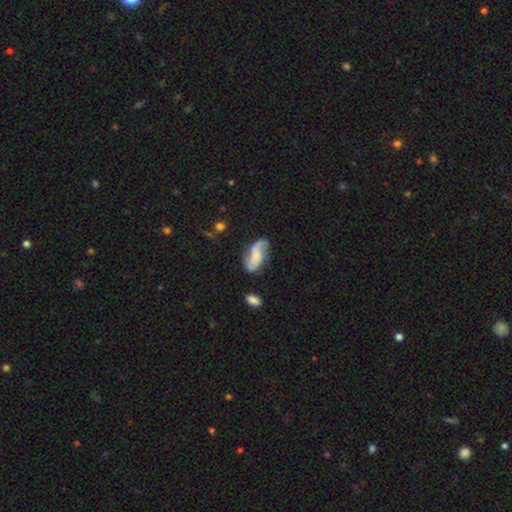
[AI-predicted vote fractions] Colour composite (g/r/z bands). It shows a featured or disk galaxy (71%) with no bar (49%), 2 (90%) loose (56%) spiral arms (94%) and no central bulge (39%). Merging: none (71%).